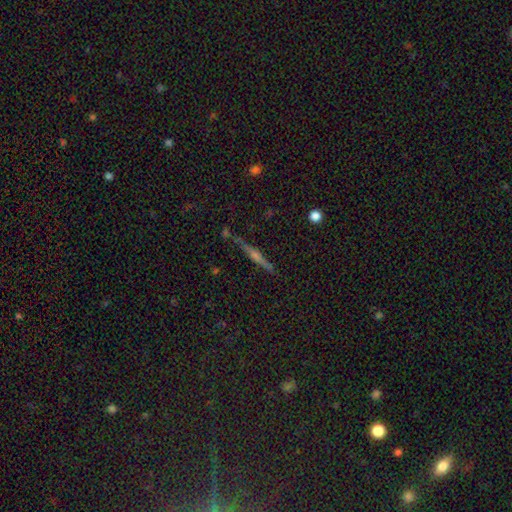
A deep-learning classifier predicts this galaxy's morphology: featured or disk 72%, smooth 16%, star or artifact 12%. Down the decision tree: edge-on disk — yes (98%); edge-on bulge — rounded (82%); merging — none (87%).